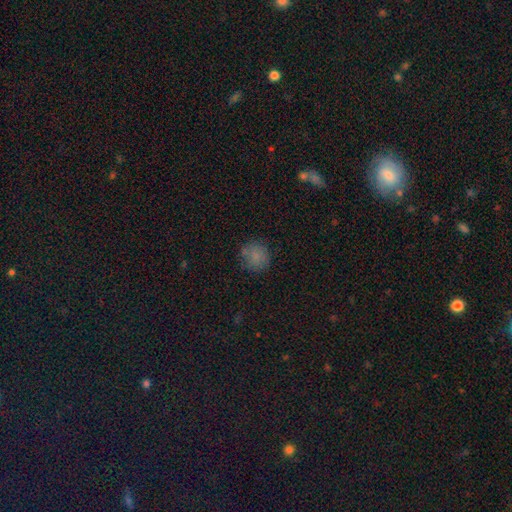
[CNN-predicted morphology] Q: Smooth or featured?
A: smooth (80%); runner-up: star or artifact (12%)
Q: How rounded?
A: round (89%); runner-up: in between (10%)
Q: Merging?
A: none (78%); runner-up: minor disturbance (15%)